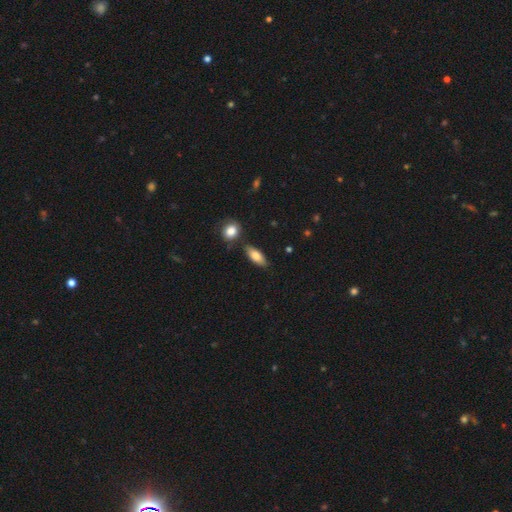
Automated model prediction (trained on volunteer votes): A smooth galaxy with no disk features (79%) that is in between round and cigar-shaped (80%). Merging: none (76%).